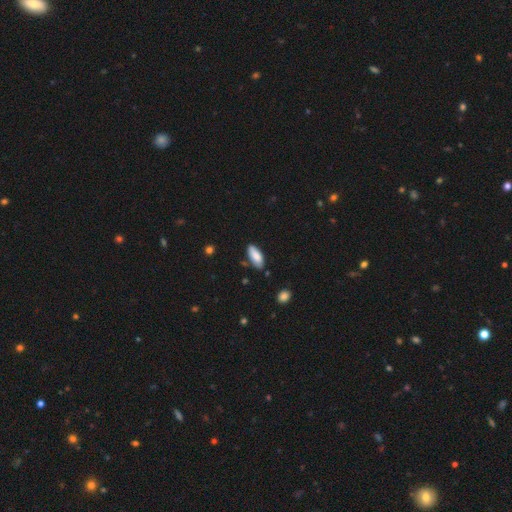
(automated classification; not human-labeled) smooth 85%, featured or disk 9%, star or artifact 6%. Down the decision tree: how rounded — in between (82%); merging — none (76%).